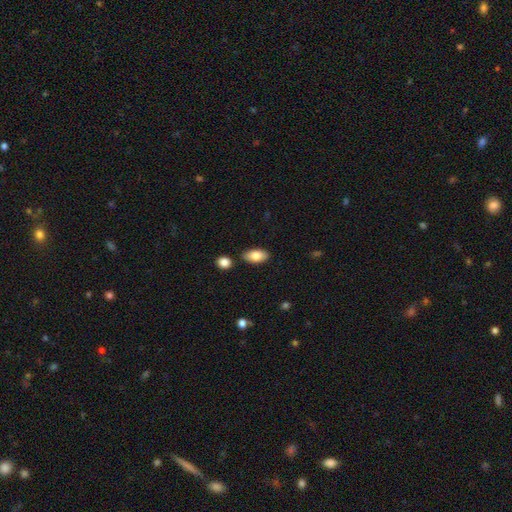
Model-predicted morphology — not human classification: Overall: smooth (82%). How rounded: in between (92%). Merging: none (83%).